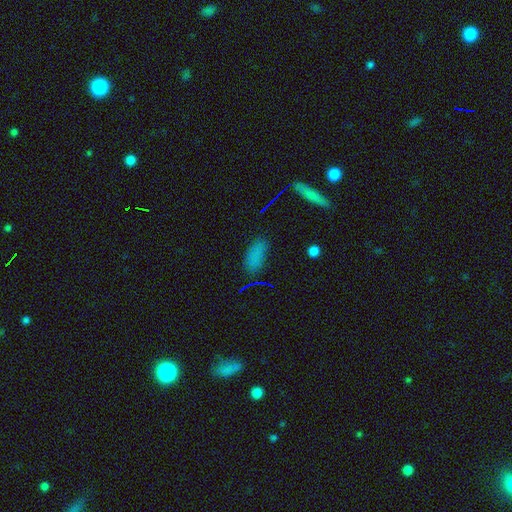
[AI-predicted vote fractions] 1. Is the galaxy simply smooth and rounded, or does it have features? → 76% smooth, 18% star or artifact, 6% featured or disk.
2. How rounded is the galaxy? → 81% in between, 14% cigar-shaped, 4% round.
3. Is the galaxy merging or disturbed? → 78% none, 15% minor disturbance, 5% major disturbance, 2% merger.